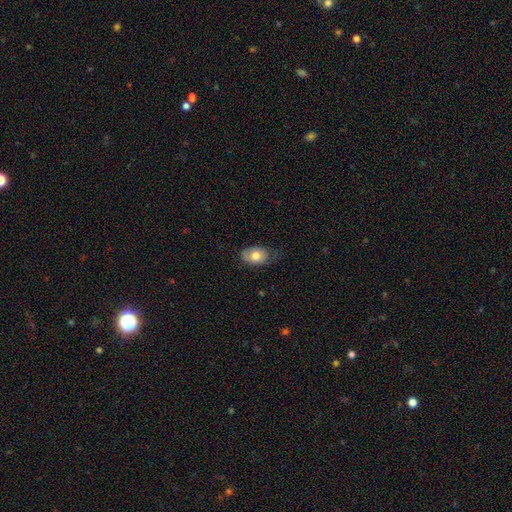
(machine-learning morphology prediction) smooth 70%, featured or disk 23%, star or artifact 7%. Down the decision tree: how rounded — in between (85%); merging — none (47%).